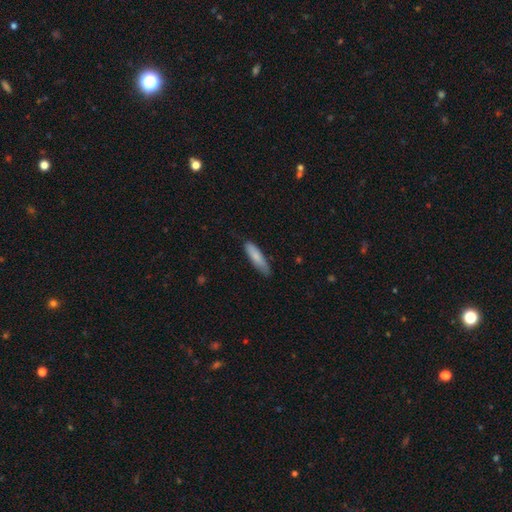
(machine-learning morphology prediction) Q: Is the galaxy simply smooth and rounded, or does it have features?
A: smooth — 81%.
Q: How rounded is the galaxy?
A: cigar-shaped — 70%.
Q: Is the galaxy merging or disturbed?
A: none — 78%.